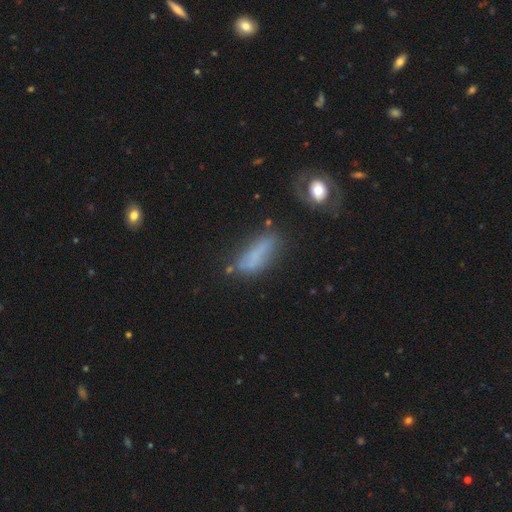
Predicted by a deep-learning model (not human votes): smooth-or-featured: smooth: 63% | featured or disk: 25% | star or artifact: 13%
  how-rounded: in between: 54% | cigar-shaped: 43% | round: 4%
  merging: none: 52% | minor disturbance: 25% | major disturbance: 14% | merger: 9%